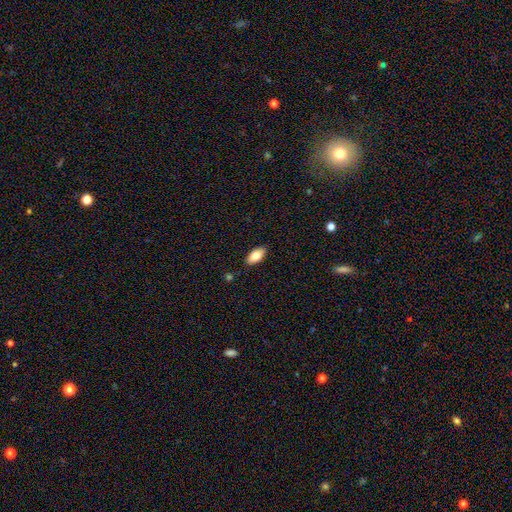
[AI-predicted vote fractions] Smooth or featured? smooth (79%)
How rounded? in between (91%)
Merging? none (88%)